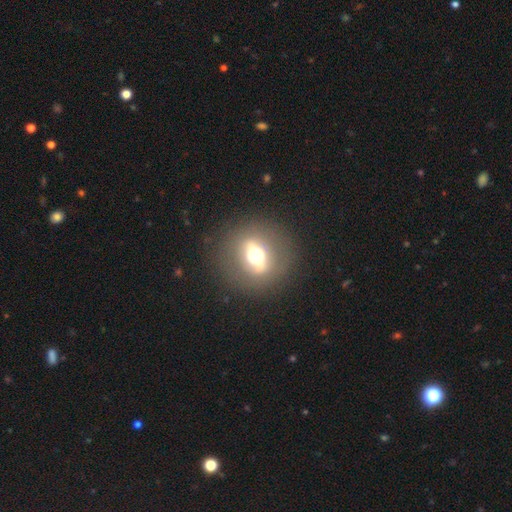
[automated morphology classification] The model was most divided on "smooth or featured": featured or disk: 52%, smooth: 33%, star or artifact: 14%. More confident: merging — none (84%); edge-on disk — no (69%).